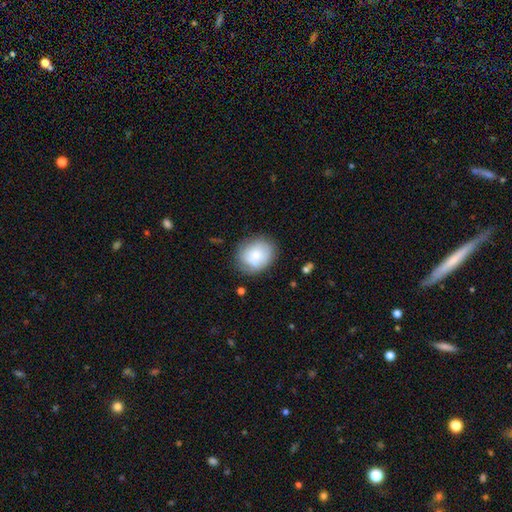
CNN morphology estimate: A smooth galaxy with no disk features (73%) that is round (60%). Merging: none (69%).